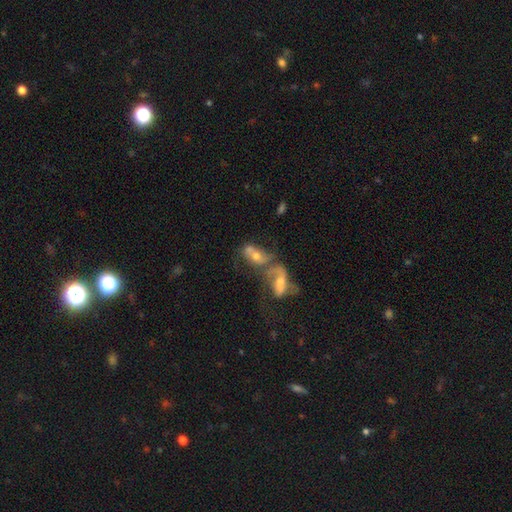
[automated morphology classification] Smooth or featured?
  - featured or disk: 46% *
  - smooth: 41%
  - star or artifact: 12%
Merging?
  - merger: 67% *
  - none: 13%
  - major disturbance: 11%
  - minor disturbance: 8%